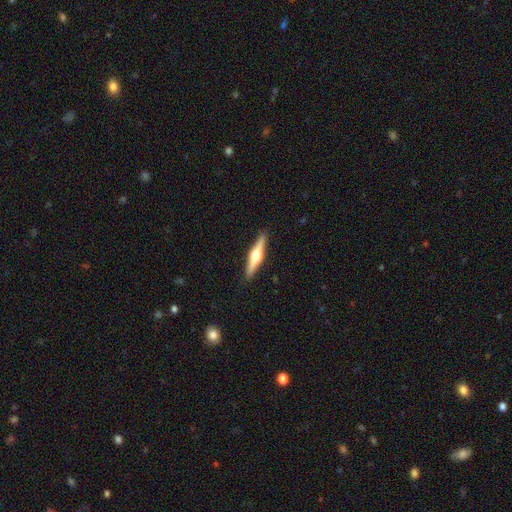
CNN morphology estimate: Smooth or featured: featured or disk — 67% (smooth — 27%)
Edge-on disk: yes — 98% (no — 2%)
Edge-on bulge: rounded — 95% (boxy — 3%)
Merging: none — 91% (minor disturbance — 6%)